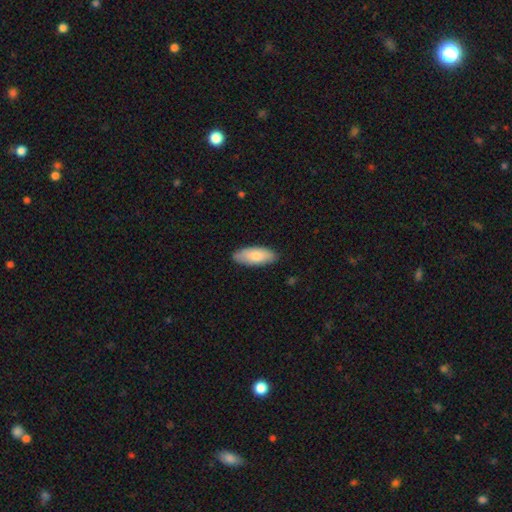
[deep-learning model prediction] A smooth galaxy with no disk features (81%) that is in between round and cigar-shaped (82%). Merging: none (86%).